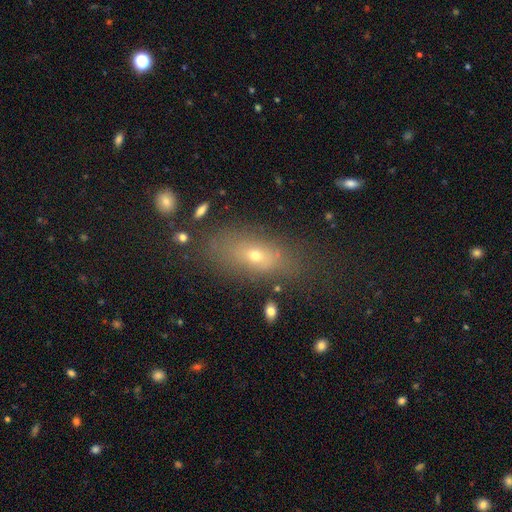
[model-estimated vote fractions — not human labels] Smooth or featured?
  - smooth: 61% *
  - featured or disk: 23%
  - star or artifact: 16%
How rounded?
  - in between: 75% *
  - round: 13%
  - cigar-shaped: 12%
Merging?
  - none: 69% *
  - minor disturbance: 17%
  - major disturbance: 10%
  - merger: 4%